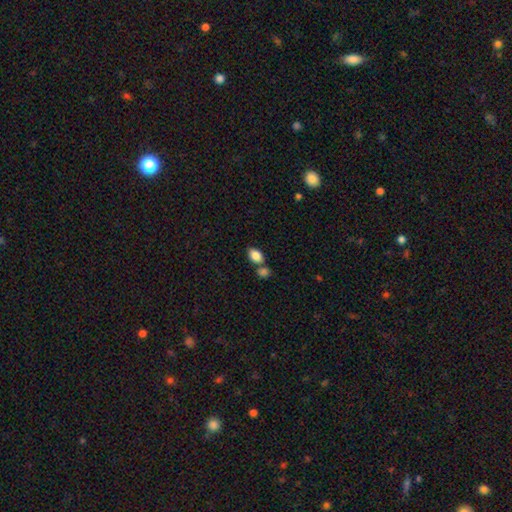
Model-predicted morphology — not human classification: Q: Smooth or featured?
A: smooth (85%); runner-up: star or artifact (8%)
Q: How rounded?
A: in between (87%); runner-up: round (12%)
Q: Merging?
A: none (56%); runner-up: merger (30%)